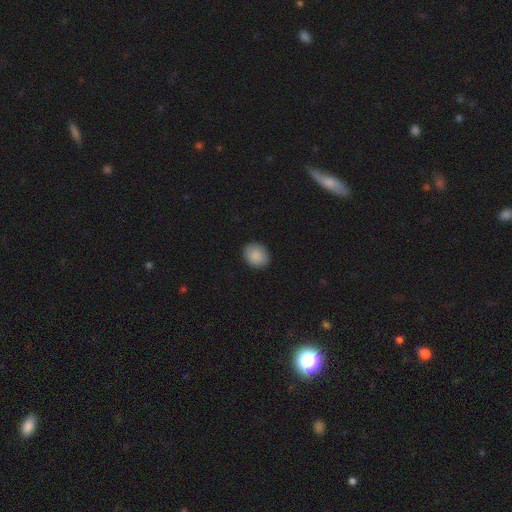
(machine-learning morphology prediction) This is clearly a smooth galaxy (89%). How rounded: possibly round (58%). Merging: clearly none (89%).